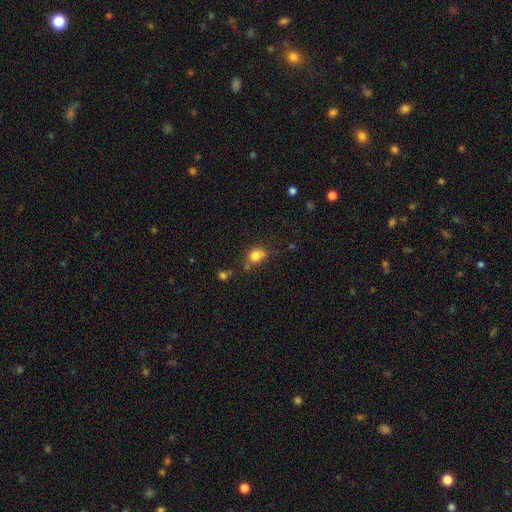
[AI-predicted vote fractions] Morphology: type=smooth (80%); roundness=round (56%); merging=none (53%).